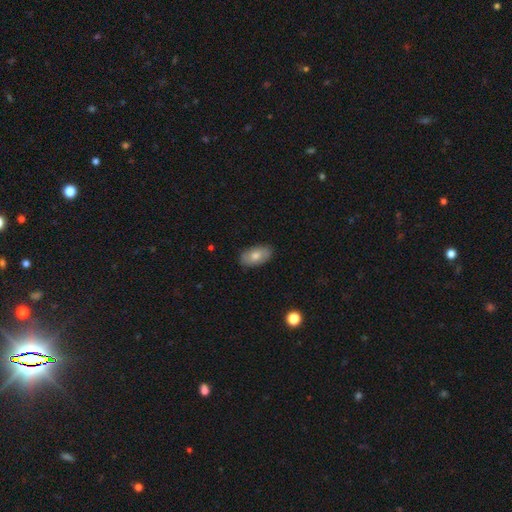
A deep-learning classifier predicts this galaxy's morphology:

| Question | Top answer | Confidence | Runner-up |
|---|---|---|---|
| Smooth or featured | smooth | 77% | featured or disk (17%) |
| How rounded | in between | 94% | round (4%) |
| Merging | none | 86% | minor disturbance (11%) |